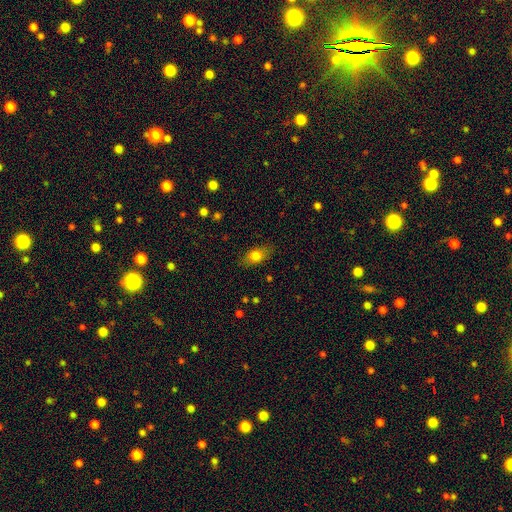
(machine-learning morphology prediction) A smooth galaxy with no disk features (77%) that is in between round and cigar-shaped (82%).

Vote fractions:
- Smooth or featured? smooth: 77% / featured or disk: 14% / star or artifact: 9%
- How rounded? in between: 82% / round: 11% / cigar-shaped: 7%
- Merging? none: 83% / minor disturbance: 13% / major disturbance: 4% / merger: 1%